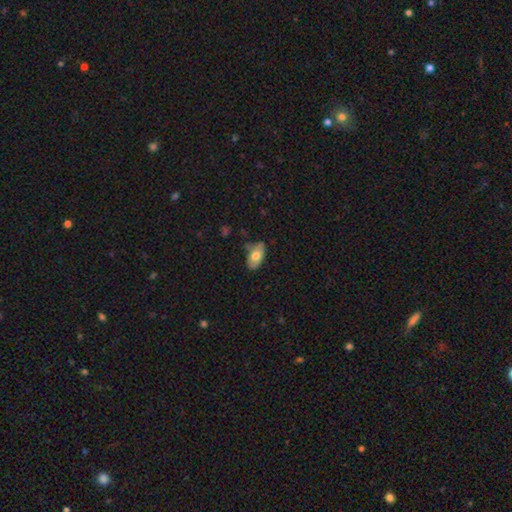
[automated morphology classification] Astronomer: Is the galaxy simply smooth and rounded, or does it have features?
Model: smooth — 68%.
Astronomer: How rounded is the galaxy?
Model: in between — 92%.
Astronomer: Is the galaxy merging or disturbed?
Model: none — 64%.